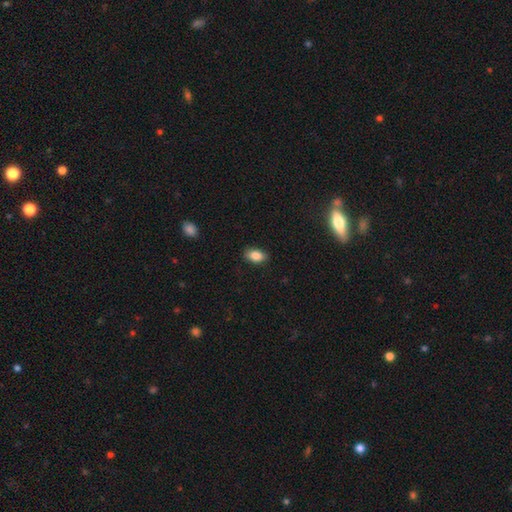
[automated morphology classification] smooth_or_featured: smooth (p=0.86) [alt: star or artifact p=0.08]
how_rounded: in between (p=0.89) [alt: round p=0.08]
merging: none (p=0.86) [alt: minor disturbance p=0.10]